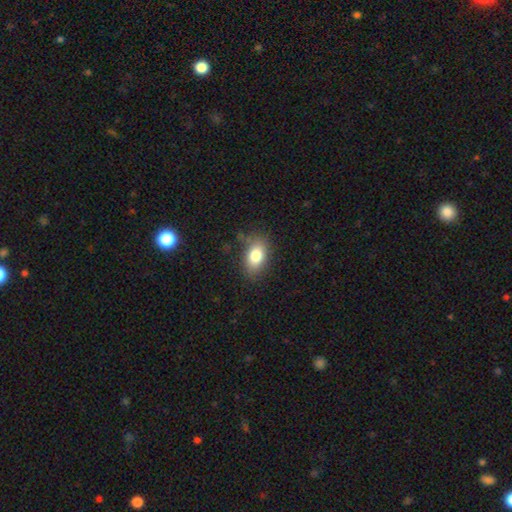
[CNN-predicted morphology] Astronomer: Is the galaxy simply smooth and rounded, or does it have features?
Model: smooth — 80%.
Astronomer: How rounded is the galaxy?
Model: in between — 86%.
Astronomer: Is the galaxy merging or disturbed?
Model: none — 76%.